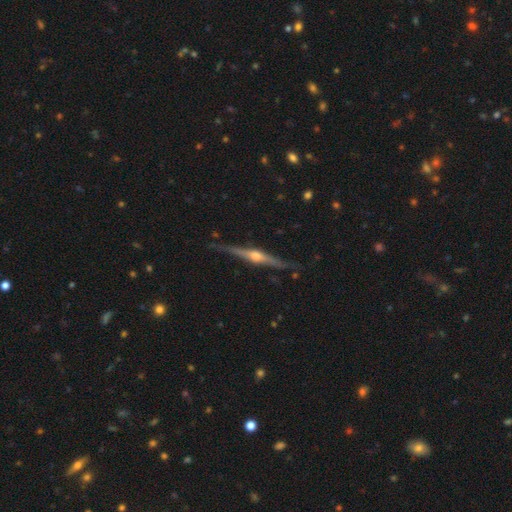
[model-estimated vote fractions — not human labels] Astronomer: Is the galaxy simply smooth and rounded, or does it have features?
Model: featured or disk — 86%.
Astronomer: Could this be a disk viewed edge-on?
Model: yes — 98%.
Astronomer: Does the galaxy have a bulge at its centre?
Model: rounded — 90%.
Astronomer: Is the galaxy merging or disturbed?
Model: none — 88%.